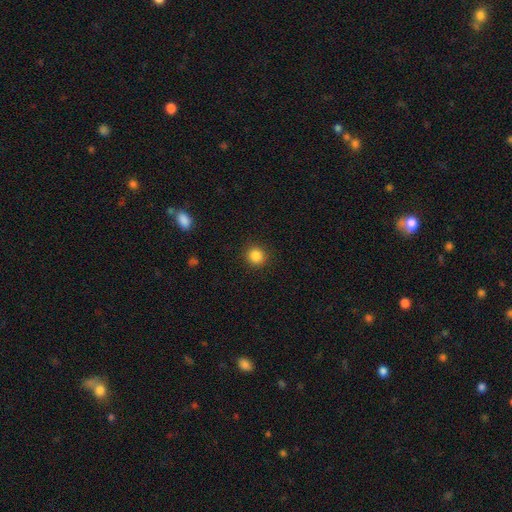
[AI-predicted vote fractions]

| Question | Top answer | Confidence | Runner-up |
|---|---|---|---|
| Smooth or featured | smooth | 85% | star or artifact (11%) |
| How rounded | round | 92% | in between (7%) |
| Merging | none | 91% | minor disturbance (6%) |